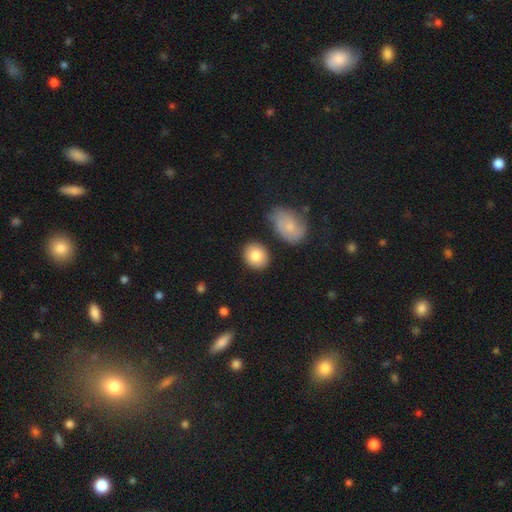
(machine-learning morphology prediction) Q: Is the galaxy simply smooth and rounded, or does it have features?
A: smooth — 83%.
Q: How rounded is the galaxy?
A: round — 70%.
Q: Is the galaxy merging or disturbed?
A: none — 81%.